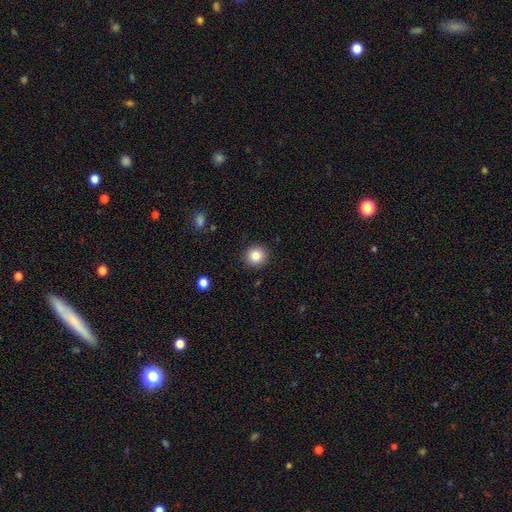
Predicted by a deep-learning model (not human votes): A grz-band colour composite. It shows a smooth galaxy with no disk features (83%) that is round (92%). Merging: none (91%).